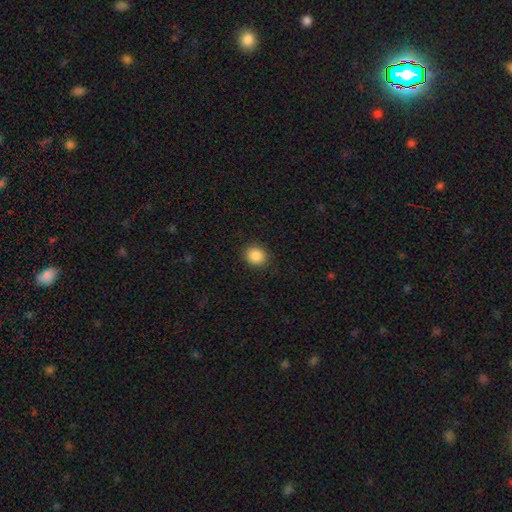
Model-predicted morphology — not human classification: This is clearly a smooth galaxy (88%). How rounded: likely round (72%). Merging: clearly none (89%).